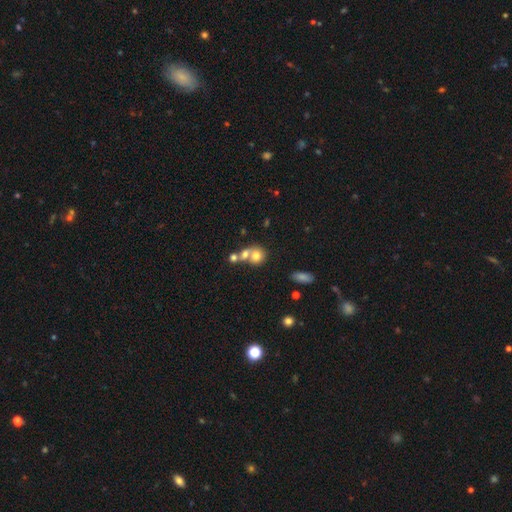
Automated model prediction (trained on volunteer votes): smooth_or_featured: smooth (p=0.71) [alt: featured or disk p=0.18]
how_rounded: round (p=0.76) [alt: in between p=0.23]
merging: merger (p=0.54) [alt: none p=0.33]